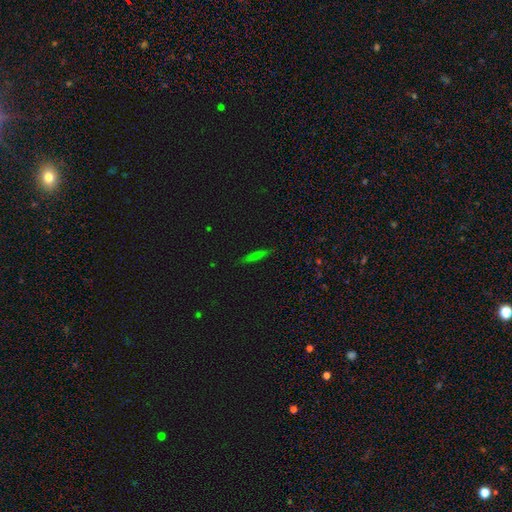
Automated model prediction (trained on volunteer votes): This is likely a smooth galaxy (61%). How rounded: clearly cigar-shaped (90%). Merging: clearly none (88%).